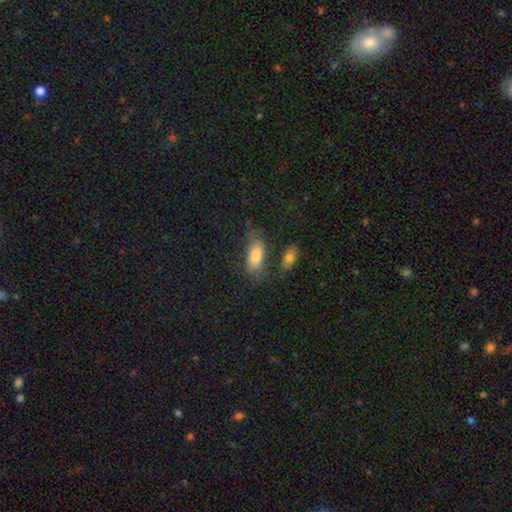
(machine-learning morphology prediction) The model was most divided on "merging": none: 52%, minor disturbance: 23%, major disturbance: 13%, merger: 12%. More confident: how rounded — in between (83%); smooth or featured — smooth (76%).